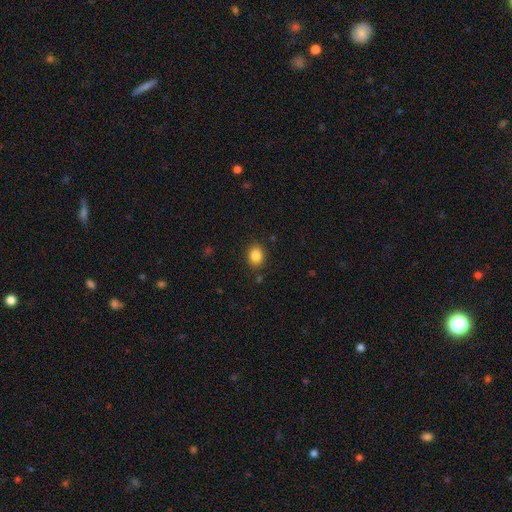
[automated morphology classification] Smooth or featured? smooth (85%)
How rounded? round (61%)
Merging? none (87%)